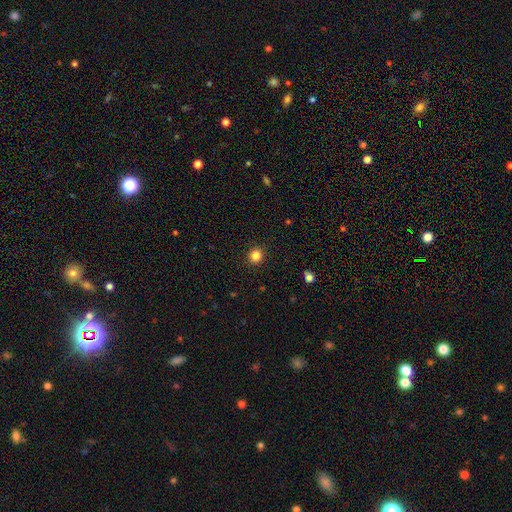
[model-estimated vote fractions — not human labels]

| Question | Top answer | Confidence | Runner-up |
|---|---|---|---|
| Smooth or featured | smooth | 84% | star or artifact (12%) |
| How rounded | round | 91% | in between (8%) |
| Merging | none | 92% | minor disturbance (5%) |